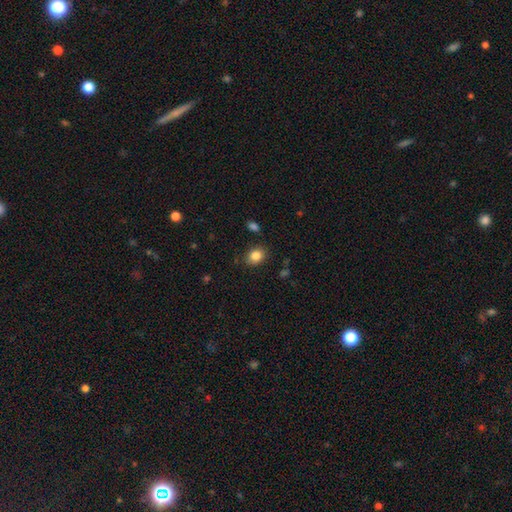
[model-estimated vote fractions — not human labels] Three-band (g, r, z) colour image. It shows a smooth galaxy with no disk features (85%) that is in between round and cigar-shaped (60%). Merging: none (83%).